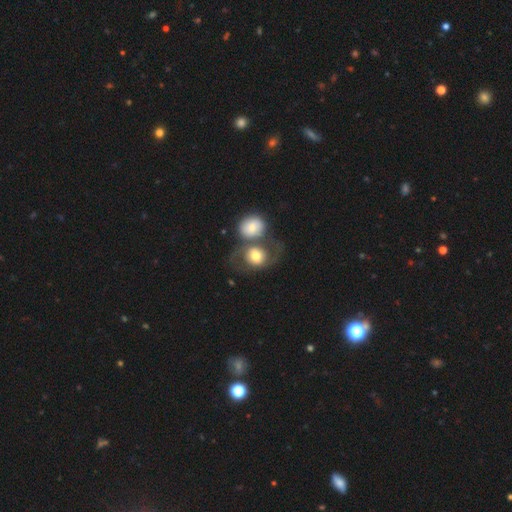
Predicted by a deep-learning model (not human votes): Smooth or featured: smooth — 53% (featured or disk — 40%)
How rounded: round — 67% (in between — 32%)
Merging: merger — 45% (none — 31%)